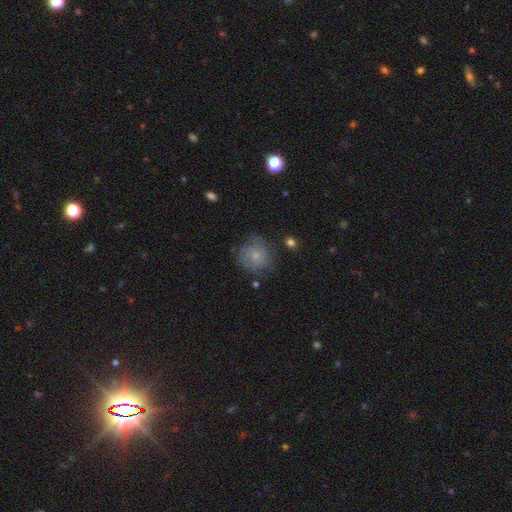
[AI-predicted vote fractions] This appears to be a smooth galaxy with no disk features (53%) that is round (85%). Merging: none (65%).